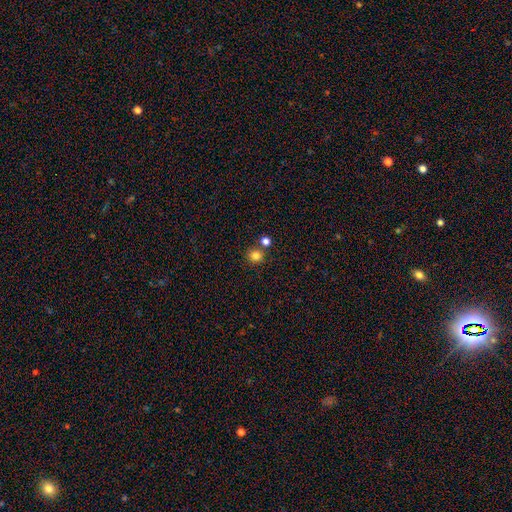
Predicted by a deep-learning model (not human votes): Q: Smooth or featured?
A: smooth (82%); runner-up: star or artifact (13%)
Q: How rounded?
A: round (89%); runner-up: in between (10%)
Q: Merging?
A: none (73%); runner-up: merger (17%)